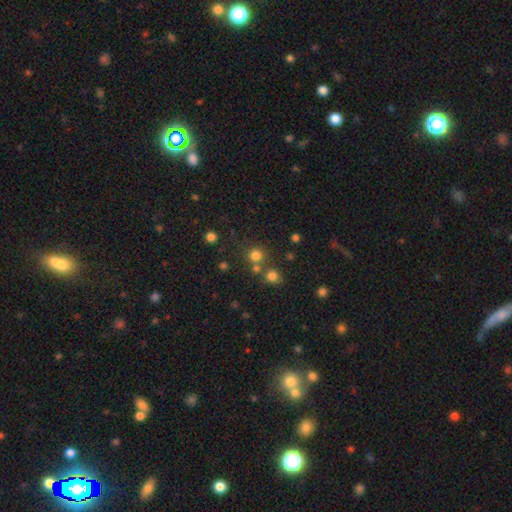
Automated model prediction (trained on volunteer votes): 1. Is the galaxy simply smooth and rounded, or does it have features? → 76% smooth, 18% star or artifact, 6% featured or disk.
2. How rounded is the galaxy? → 92% round, 7% in between, 1% cigar-shaped.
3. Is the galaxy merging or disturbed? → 70% none, 20% merger, 7% minor disturbance, 3% major disturbance.